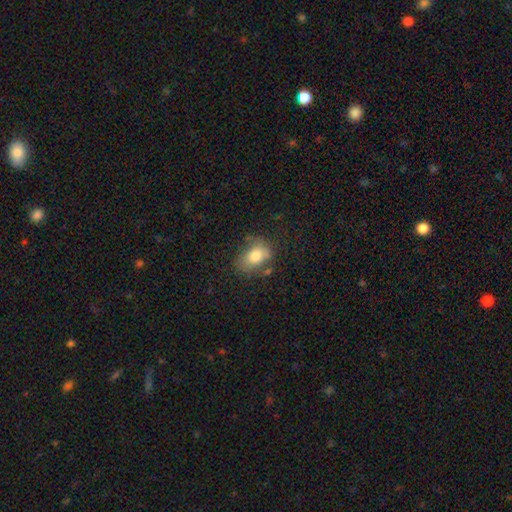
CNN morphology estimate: Q: Smooth or featured?
A: smooth (75%); runner-up: featured or disk (17%)
Q: How rounded?
A: in between (82%); runner-up: round (17%)
Q: Merging?
A: none (53%); runner-up: minor disturbance (29%)